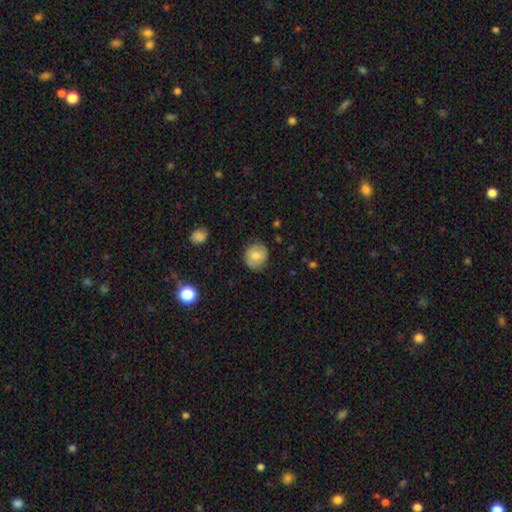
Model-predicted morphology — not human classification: A smooth galaxy with no disk features (77%) that is round (84%). Merging: none (82%).